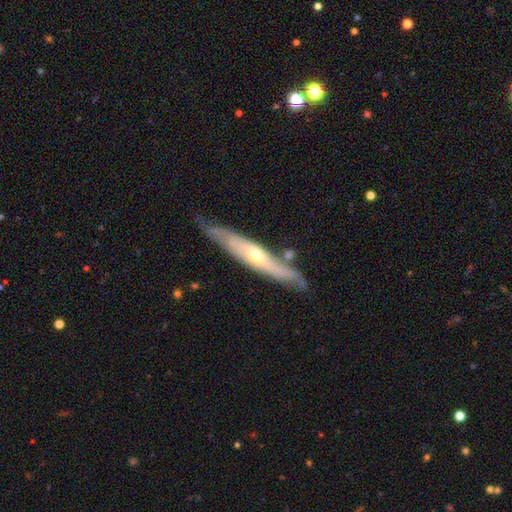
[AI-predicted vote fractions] smooth_or_featured: featured or disk (p=0.73) [alt: smooth p=0.21]
disk_edge_on: yes (p=0.62) [alt: no p=0.38]
merging: none (p=0.68) [alt: minor disturbance p=0.21]